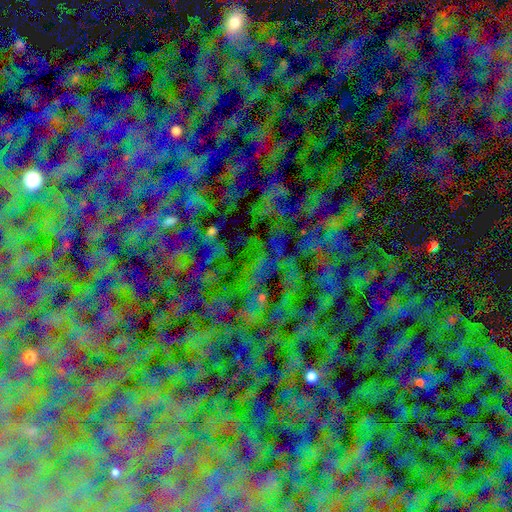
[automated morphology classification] Smooth or featured? Predicted: star or artifact (p=0.75).